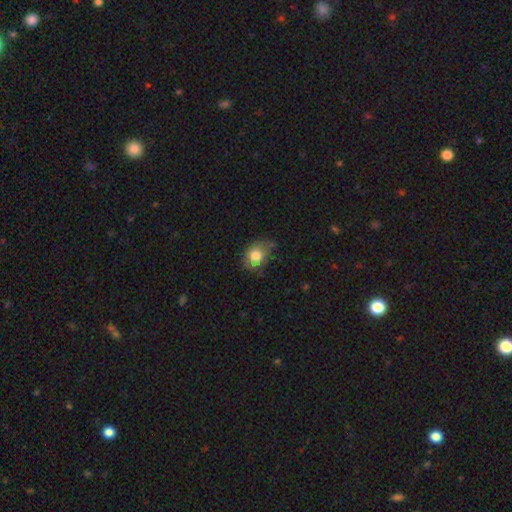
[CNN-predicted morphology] smooth_or_featured: smooth (p=0.75) [alt: featured or disk p=0.16]
how_rounded: in between (p=0.55) [alt: round p=0.44]
merging: none (p=0.48) [alt: minor disturbance p=0.35]